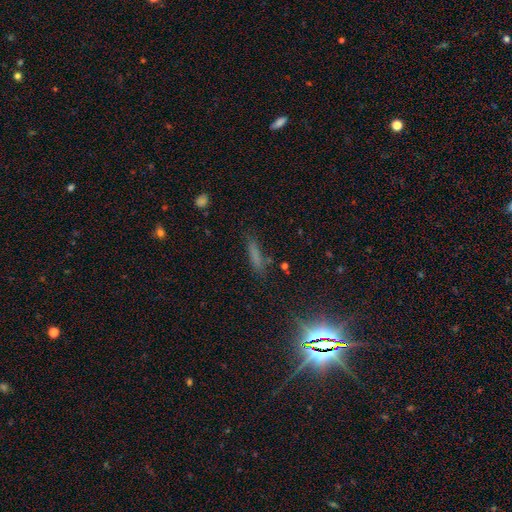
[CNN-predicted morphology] Smooth or featured? Predicted: smooth (p=0.62). How rounded? Predicted: cigar-shaped (p=0.80). Merging? Predicted: none (p=0.75).